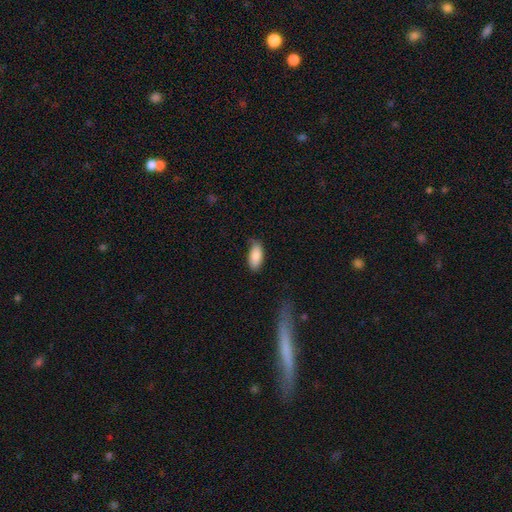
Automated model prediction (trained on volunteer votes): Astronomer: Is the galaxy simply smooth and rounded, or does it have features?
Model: smooth — 87%.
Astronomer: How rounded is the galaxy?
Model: in between — 90%.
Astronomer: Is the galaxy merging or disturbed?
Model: none — 68%.